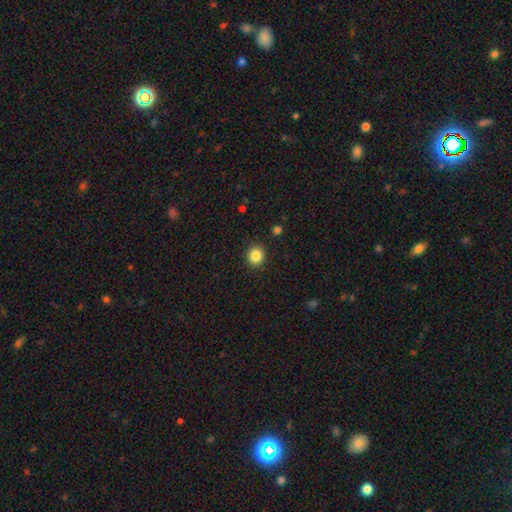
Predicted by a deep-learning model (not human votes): Smooth or featured? Predicted: smooth (p=0.85). How rounded? Predicted: round (p=0.82). Merging? Predicted: none (p=0.91).